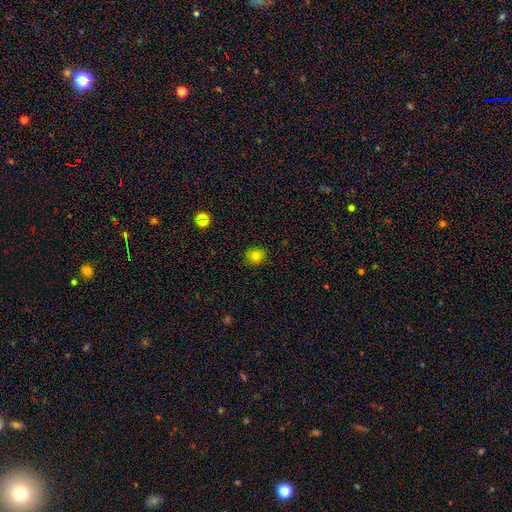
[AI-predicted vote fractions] smooth 80%, star or artifact 13%, featured or disk 7%. Down the decision tree: how rounded — round (81%); merging — none (88%).